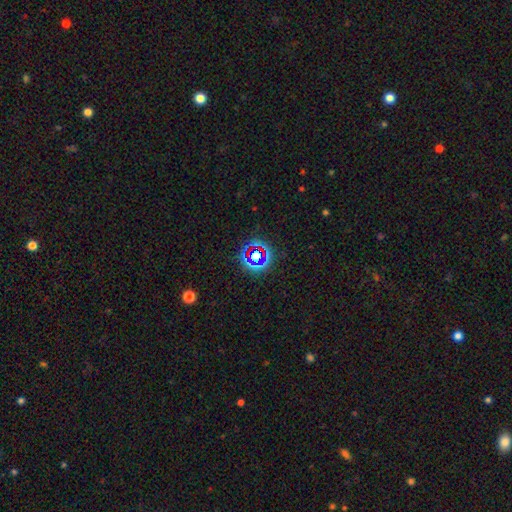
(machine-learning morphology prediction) A star or artifact, not a galaxy (67%).